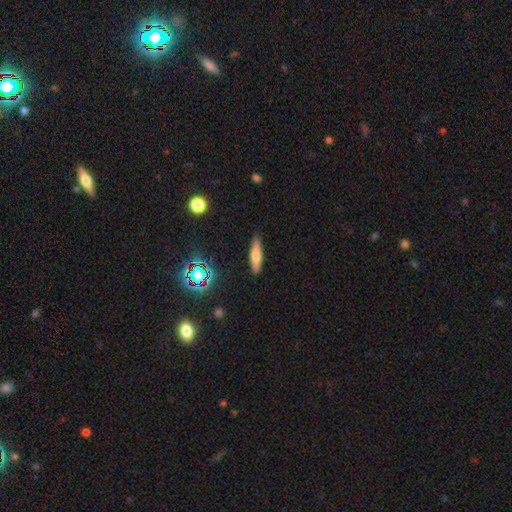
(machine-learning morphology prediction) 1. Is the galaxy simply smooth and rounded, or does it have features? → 64% smooth, 26% featured or disk, 10% star or artifact.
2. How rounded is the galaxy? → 73% cigar-shaped, 24% in between, 2% round.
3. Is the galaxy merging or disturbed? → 88% none, 9% minor disturbance, 2% major disturbance, 1% merger.